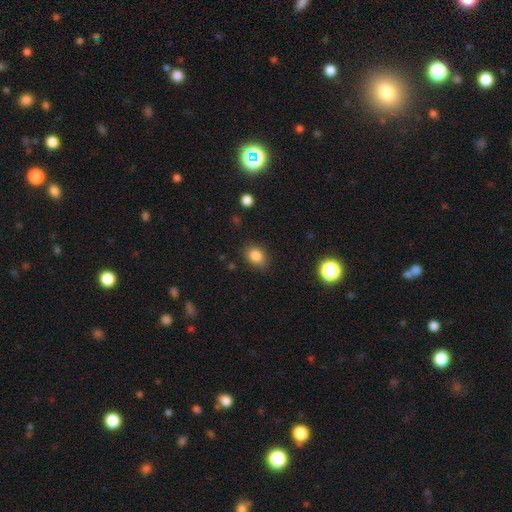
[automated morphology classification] Q: Smooth or featured?
A: smooth (83%); runner-up: star or artifact (11%)
Q: How rounded?
A: in between (52%); runner-up: round (46%)
Q: Merging?
A: none (77%); runner-up: minor disturbance (18%)